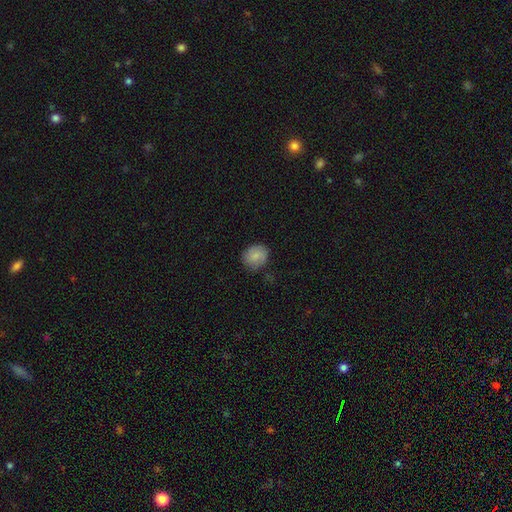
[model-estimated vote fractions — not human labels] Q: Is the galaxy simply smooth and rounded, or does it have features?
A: smooth — 82%.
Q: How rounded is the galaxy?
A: round — 61%.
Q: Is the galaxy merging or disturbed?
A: none — 77%.